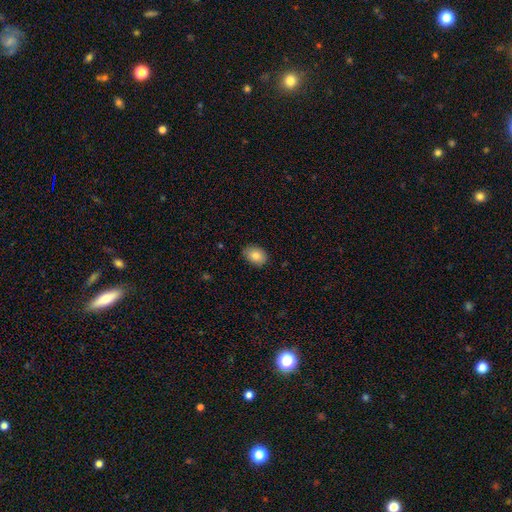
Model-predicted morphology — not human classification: smooth-or-featured: smooth: 85% | featured or disk: 8% | star or artifact: 8%
  how-rounded: in between: 79% | round: 20% | cigar-shaped: 1%
  merging: none: 83% | minor disturbance: 13% | major disturbance: 2% | merger: 1%